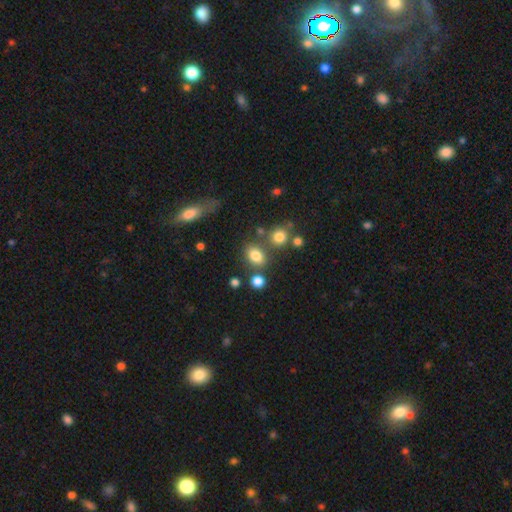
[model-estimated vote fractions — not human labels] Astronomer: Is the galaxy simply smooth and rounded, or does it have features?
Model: smooth — 79%.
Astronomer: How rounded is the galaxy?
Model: in between — 72%.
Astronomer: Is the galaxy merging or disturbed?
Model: none — 66%.